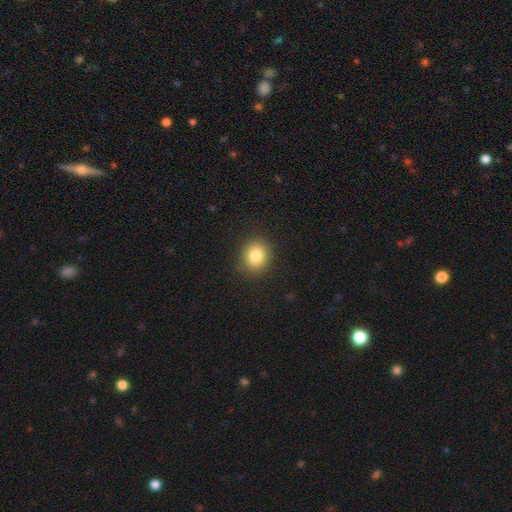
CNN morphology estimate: Q: Smooth or featured?
A: smooth (83%); runner-up: star or artifact (10%)
Q: How rounded?
A: round (70%); runner-up: in between (30%)
Q: Merging?
A: none (88%); runner-up: minor disturbance (9%)